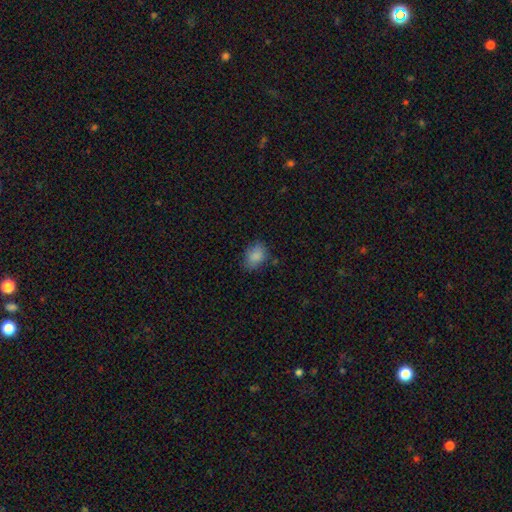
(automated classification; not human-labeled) Overall: smooth (84%). How rounded: in between (73%). Merging: none (73%).